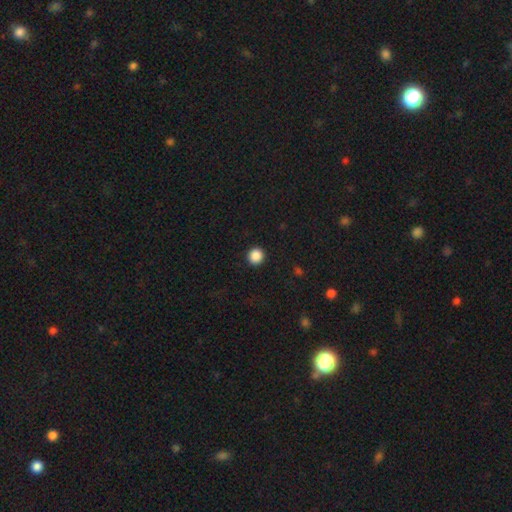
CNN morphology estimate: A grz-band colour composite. It shows a smooth galaxy with no disk features (88%) that is round (93%). Merging: none (93%).